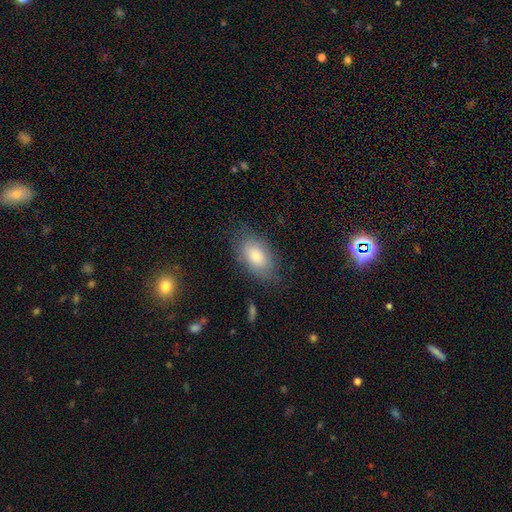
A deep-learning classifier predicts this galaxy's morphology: A smooth galaxy with no disk features (77%) that is in between round and cigar-shaped (92%).

Vote fractions:
- Smooth or featured? smooth: 77% / featured or disk: 15% / star or artifact: 8%
- How rounded? in between: 92% / round: 5% / cigar-shaped: 2%
- Merging? none: 76% / minor disturbance: 17% / major disturbance: 5% / merger: 1%